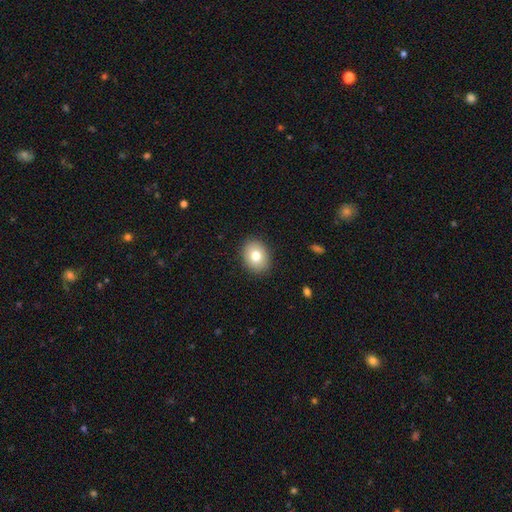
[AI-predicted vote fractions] smooth-or-featured: smooth: 77% | featured or disk: 14% | star or artifact: 9%
  how-rounded: in between: 55% | round: 44% | cigar-shaped: 1%
  merging: none: 89% | minor disturbance: 8% | major disturbance: 2% | merger: 1%